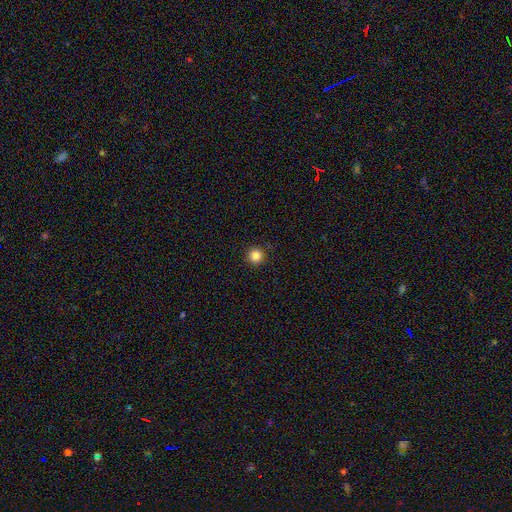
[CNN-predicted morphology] type=smooth (84%); roundness=round (96%); merging=none (93%).